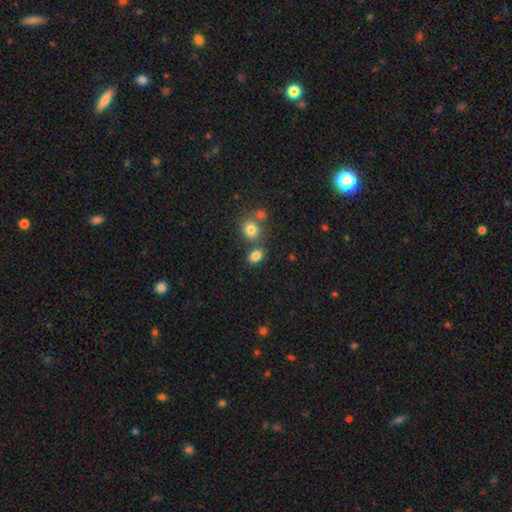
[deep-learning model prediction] Smooth or featured: smooth — 82% (star or artifact — 12%)
How rounded: in between — 70% (round — 29%)
Merging: none — 64% (merger — 21%)